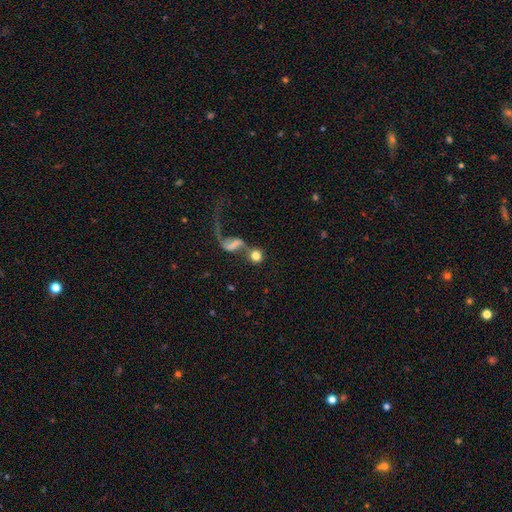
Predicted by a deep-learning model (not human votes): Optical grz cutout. It shows a smooth galaxy with no disk features (66%) that is round (88%). Merging: merger (40%).